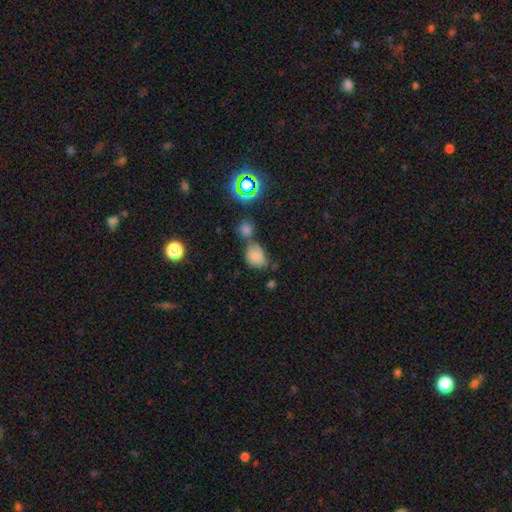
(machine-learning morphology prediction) smooth 74%, star or artifact 16%, featured or disk 10%. Down the decision tree: how rounded — in between (63%); merging — none (39%).